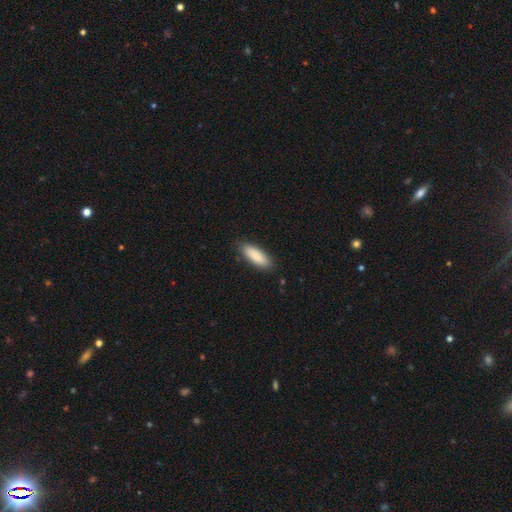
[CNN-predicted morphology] Smooth or featured: smooth — 89% (featured or disk — 6%)
How rounded: in between — 64% (cigar-shaped — 35%)
Merging: none — 85% (minor disturbance — 12%)